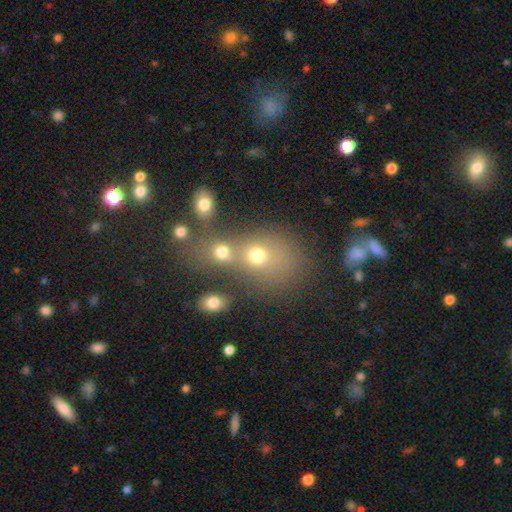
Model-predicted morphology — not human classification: Smooth or featured: smooth — 52% (star or artifact — 32%)
How rounded: round — 69% (in between — 29%)
Merging: none — 44% (merger — 39%)